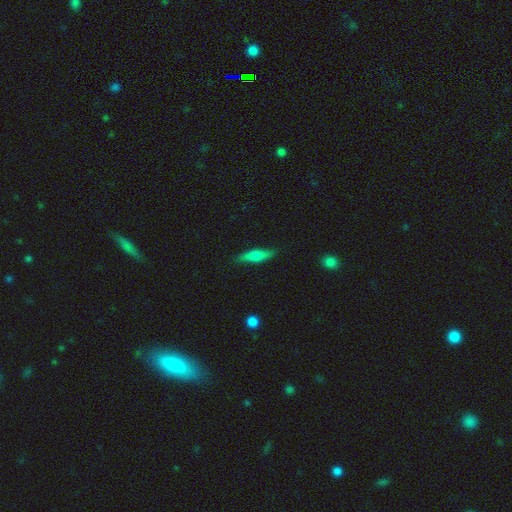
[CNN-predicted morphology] Smooth or featured: smooth — 55% (featured or disk — 38%)
How rounded: cigar-shaped — 65% (in between — 32%)
Merging: none — 84% (minor disturbance — 12%)